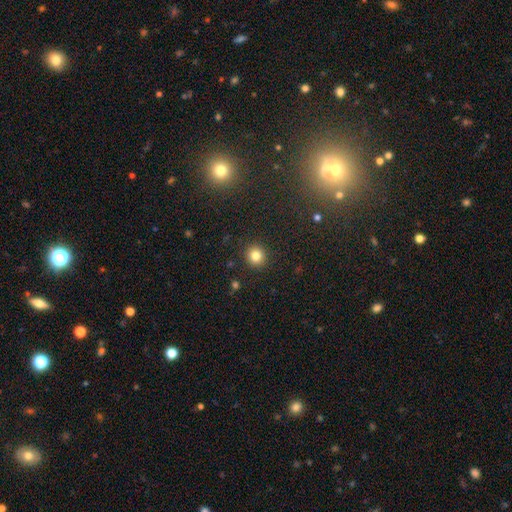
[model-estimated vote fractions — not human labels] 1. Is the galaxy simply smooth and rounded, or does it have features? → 82% smooth, 12% star or artifact, 6% featured or disk.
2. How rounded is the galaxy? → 91% round, 8% in between, 1% cigar-shaped.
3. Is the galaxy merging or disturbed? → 91% none, 5% minor disturbance, 2% major disturbance, 1% merger.